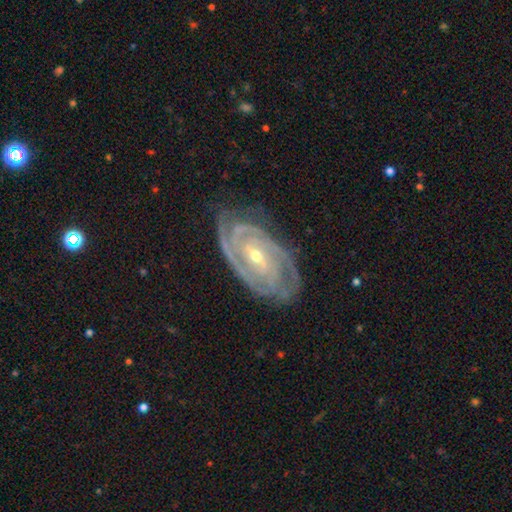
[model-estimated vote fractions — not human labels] This is clearly a featured or disk galaxy (90%). It is clearly not viewed edge-on (96%). Bar: marginally no (43%). Spiral arm pattern: clearly yes (98%). Spiral arm count: marginally 2 (29%). Spiral winding: likely tight (79%). Central bulge: likely small (61%). Merging: likely none (77%).